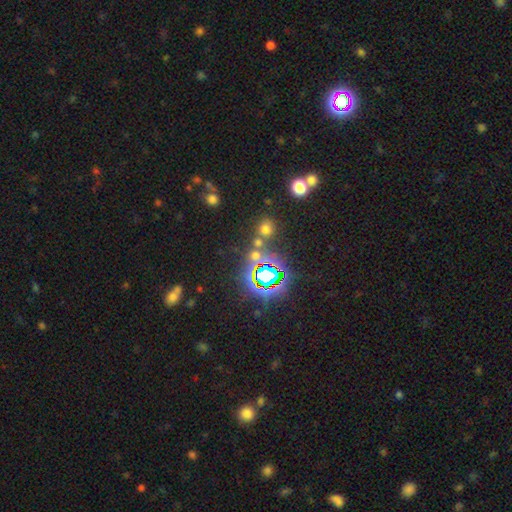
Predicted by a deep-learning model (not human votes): The model was most divided on "smooth or featured": star or artifact: 58%, smooth: 33%, featured or disk: 9%.